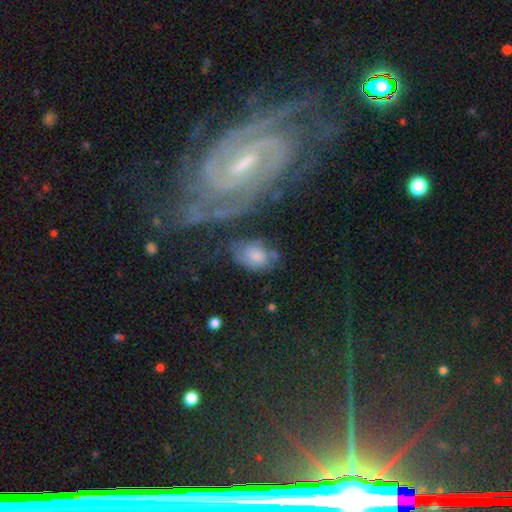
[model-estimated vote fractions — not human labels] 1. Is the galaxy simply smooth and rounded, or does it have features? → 48% smooth, 42% featured or disk, 10% star or artifact.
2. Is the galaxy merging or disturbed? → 45% none, 26% minor disturbance, 18% major disturbance, 10% merger.